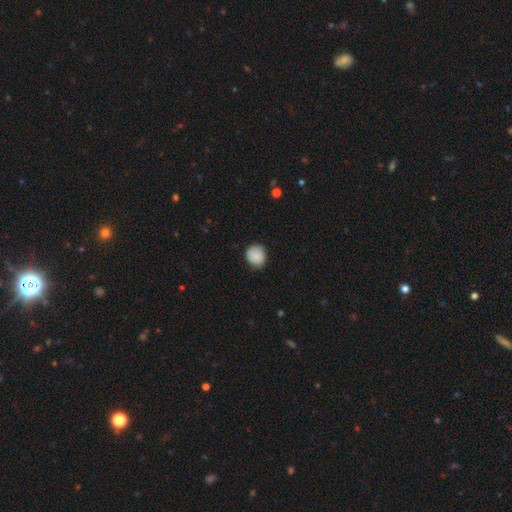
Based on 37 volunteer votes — smooth_or_featured: smooth (p=0.89) [alt: featured or disk p=0.08]
how_rounded: round (p=0.79) [alt: in between p=0.21]
merging: none (p=0.61) [alt: minor disturbance p=0.36]